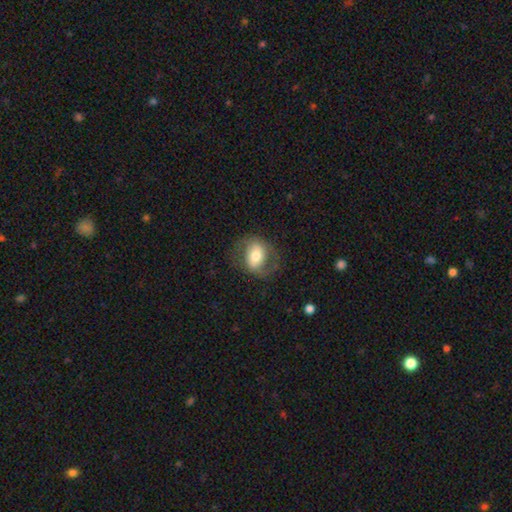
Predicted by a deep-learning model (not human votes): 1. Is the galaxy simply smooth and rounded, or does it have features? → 48% smooth, 45% featured or disk, 7% star or artifact.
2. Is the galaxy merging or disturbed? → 69% none, 16% minor disturbance, 13% major disturbance, 1% merger.